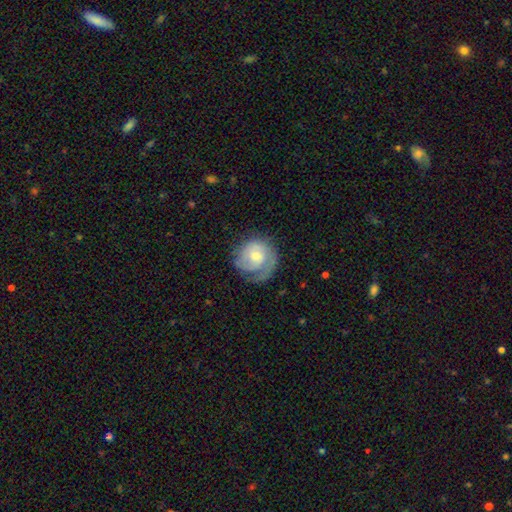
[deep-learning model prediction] smooth_or_featured: featured or disk (p=0.67) [alt: smooth p=0.27]
disk_edge_on: no (p=0.98) [alt: yes p=0.02]
bar: no (p=0.72) [alt: weak p=0.25]
has_spiral_arms: yes (p=0.89) [alt: no p=0.11]
spiral_winding: tight (p=0.63) [alt: medium p=0.27]
spiral_arm_count: 1 (p=0.43) [alt: 2 p=0.29]
bulge_size: moderate (p=0.49) [alt: small p=0.40]
merging: none (p=0.63) [alt: minor disturbance p=0.21]